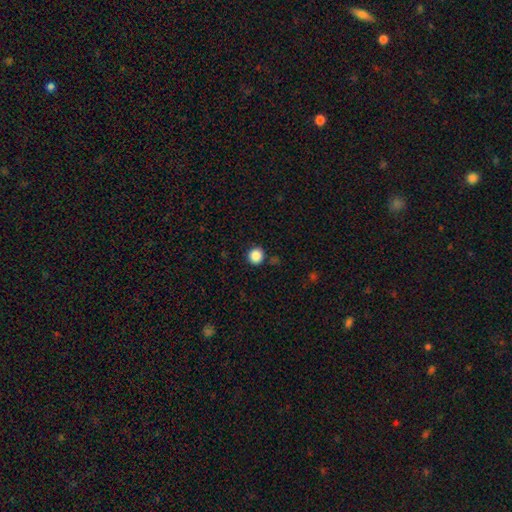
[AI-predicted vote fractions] This is clearly a smooth galaxy (87%). How rounded: clearly round (94%). Merging: clearly none (88%).